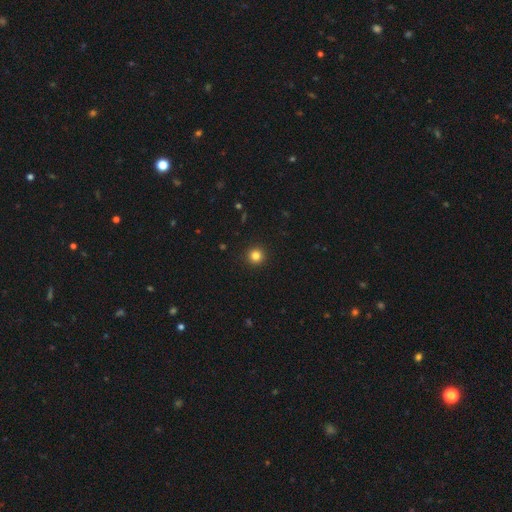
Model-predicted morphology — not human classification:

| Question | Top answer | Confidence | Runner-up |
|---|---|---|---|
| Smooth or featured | smooth | 83% | star or artifact (13%) |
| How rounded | round | 95% | in between (4%) |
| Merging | none | 93% | minor disturbance (4%) |